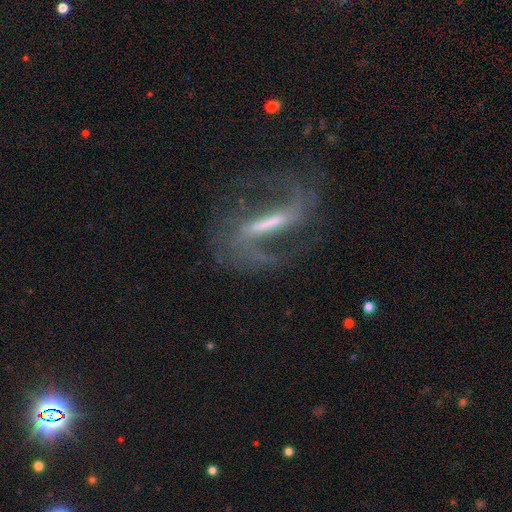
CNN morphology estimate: This appears to be a featured or disk galaxy (86%) with a strong bar (70%), 2 (90%) medium (47%) spiral arms (94%) and a small central bulge (36%). Merging: none (71%).